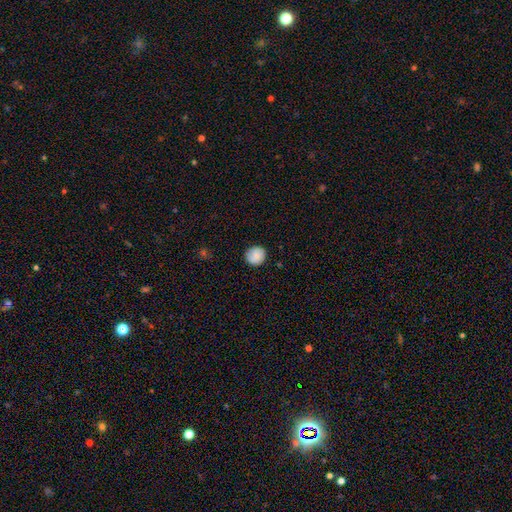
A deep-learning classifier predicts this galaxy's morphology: Smooth or featured?
  - smooth: 84% *
  - featured or disk: 8%
  - star or artifact: 8%
How rounded?
  - round: 89% *
  - in between: 10%
  - cigar-shaped: 1%
Merging?
  - none: 86% *
  - minor disturbance: 10%
  - major disturbance: 2%
  - merger: 1%